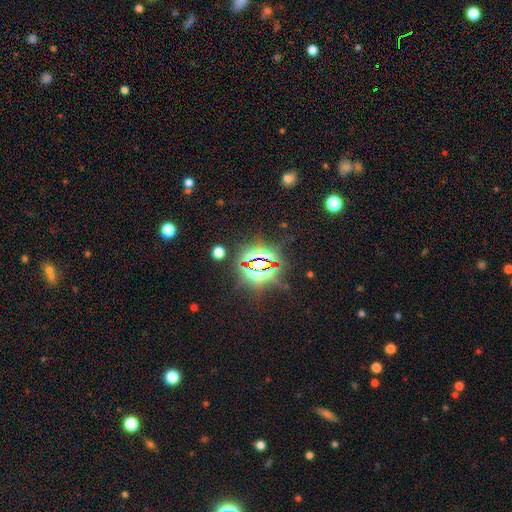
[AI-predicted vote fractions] The model was most divided on "smooth or featured": star or artifact: 84%, smooth: 10%, featured or disk: 6%.